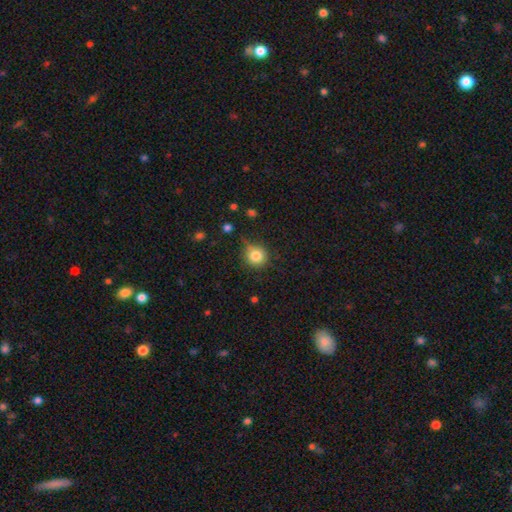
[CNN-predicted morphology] The model was most divided on "merging": none: 76%, minor disturbance: 17%, major disturbance: 4%, merger: 3%. More confident: how rounded — round (91%); smooth or featured — smooth (83%).